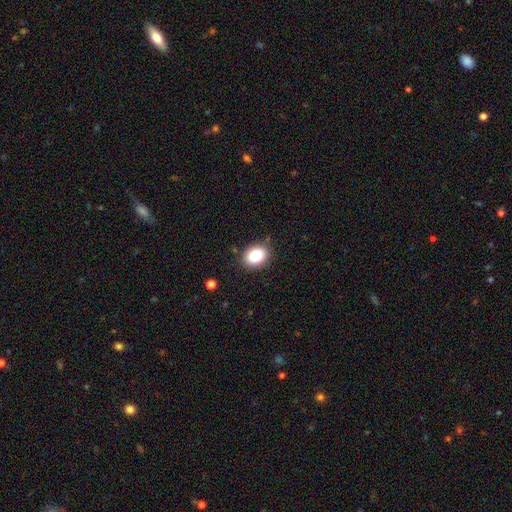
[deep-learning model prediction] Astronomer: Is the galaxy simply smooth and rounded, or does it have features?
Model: smooth — 85%.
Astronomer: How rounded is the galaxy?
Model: in between — 71%.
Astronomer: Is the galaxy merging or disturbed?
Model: none — 86%.